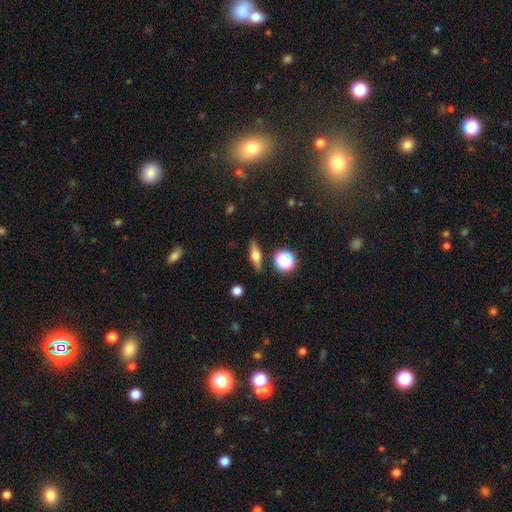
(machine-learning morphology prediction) This is possibly a featured or disk galaxy (51%). It is clearly viewed edge-on (92%). Merging: clearly none (86%).